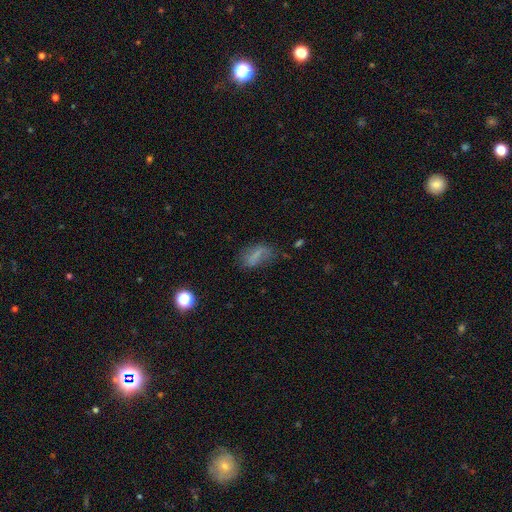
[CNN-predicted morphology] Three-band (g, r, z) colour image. It shows a smooth galaxy with no disk features (59%) that is in between round and cigar-shaped (78%). Merging: none (53%).